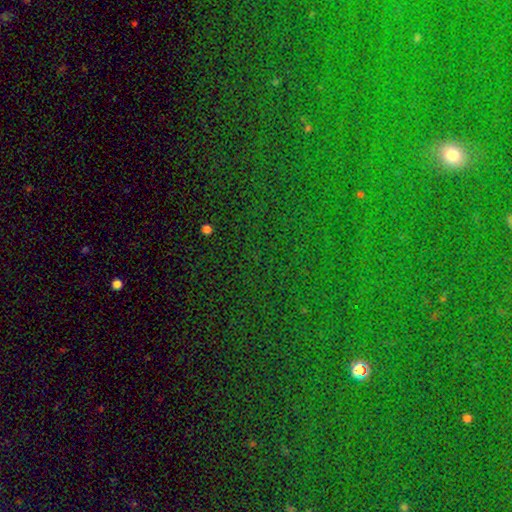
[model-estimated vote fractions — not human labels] Smooth or featured: star or artifact — 77% (smooth — 14%)